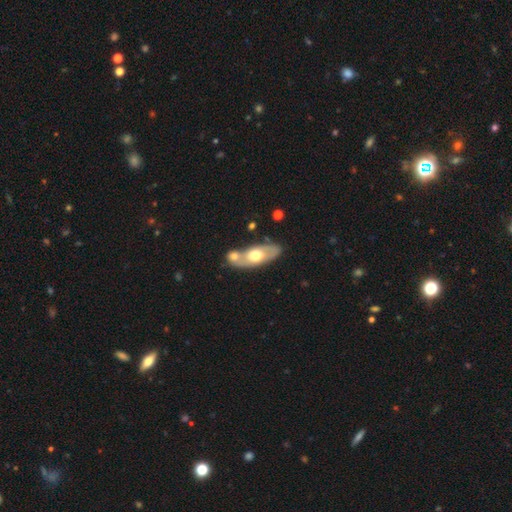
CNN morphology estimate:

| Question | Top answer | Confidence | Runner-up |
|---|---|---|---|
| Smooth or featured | smooth | 49% | featured or disk (46%) |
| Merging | none | 47% | merger (35%) |